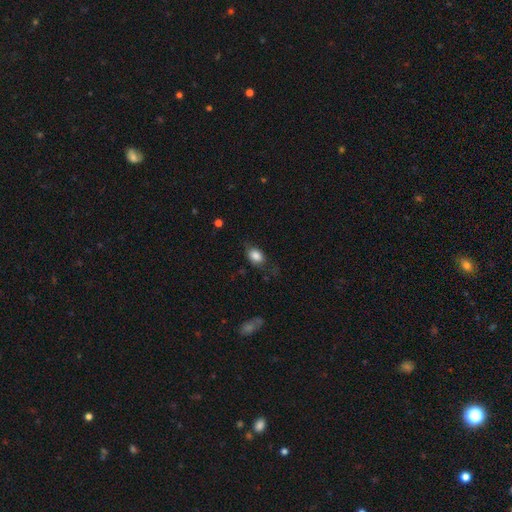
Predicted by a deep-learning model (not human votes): Smooth or featured? smooth (83%)
How rounded? in between (79%)
Merging? none (63%)